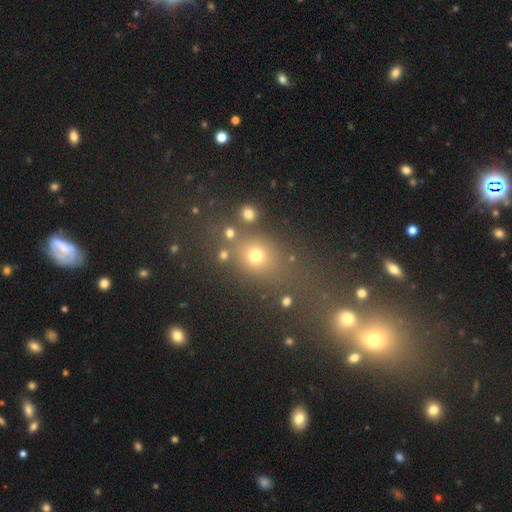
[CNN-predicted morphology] Smooth or featured? smooth (63%)
How rounded? round (64%)
Merging? none (64%)